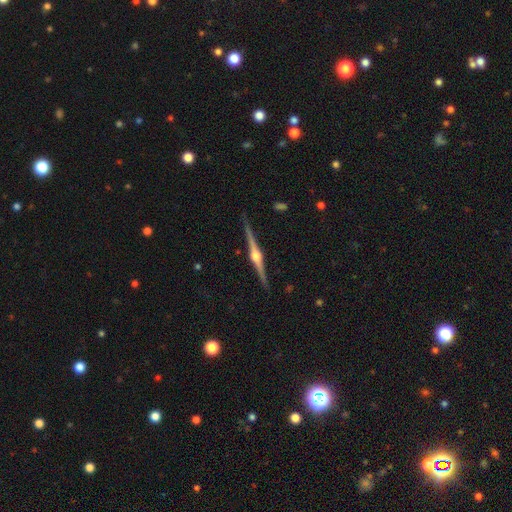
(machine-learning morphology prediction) smooth-or-featured: featured or disk: 89% | smooth: 7% | star or artifact: 5%
  disk-edge-on: yes: 99% | no: 1%
    edge-on-bulge: rounded: 94% | boxy: 4% | none: 2%
  merging: none: 91% | minor disturbance: 7% | major disturbance: 1% | merger: 1%